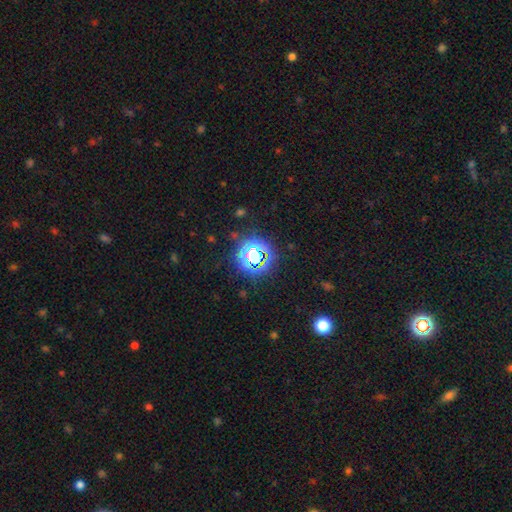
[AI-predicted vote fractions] Smooth or featured? star or artifact (71%)